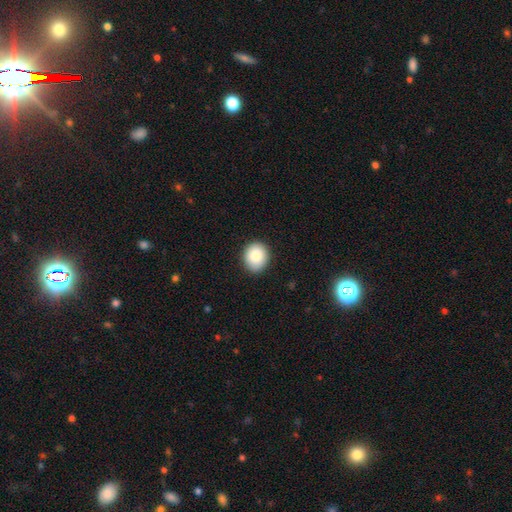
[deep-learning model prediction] This appears to be a smooth galaxy with no disk features (85%) that is round (71%). Merging: none (88%).